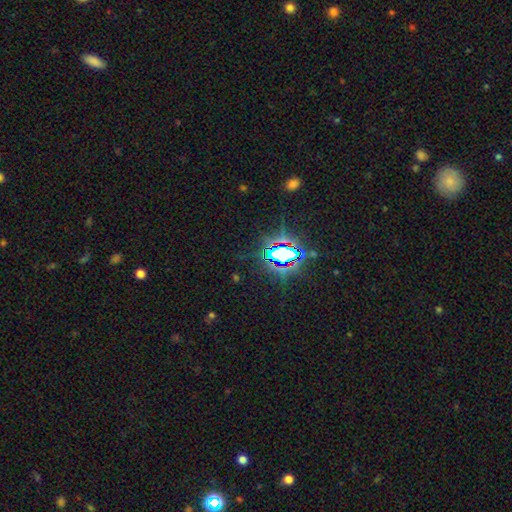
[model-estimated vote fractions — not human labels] Smooth or featured?
  - star or artifact: 83% *
  - smooth: 10%
  - featured or disk: 7%